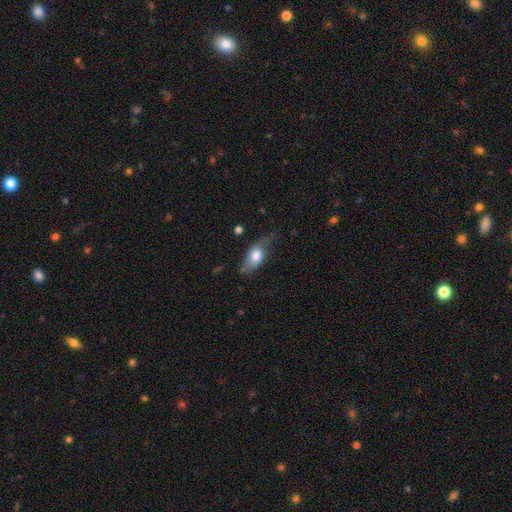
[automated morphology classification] Overall: smooth (58%; featured or disk 35%). How rounded: in between (80%). Merging: none (52%; minor disturbance 32%).